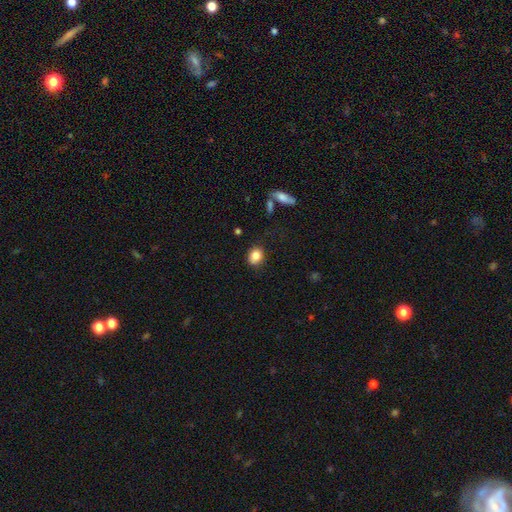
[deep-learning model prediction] Morphology: type=smooth (83%); roundness=round (58%); merging=none (82%).